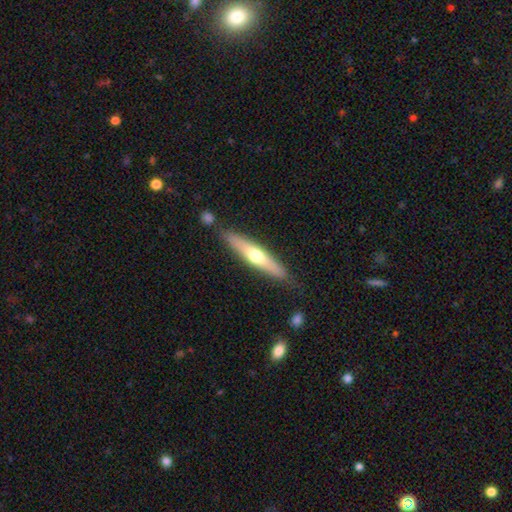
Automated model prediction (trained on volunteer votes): A featured or disk galaxy (48%). Merging: none (83%).